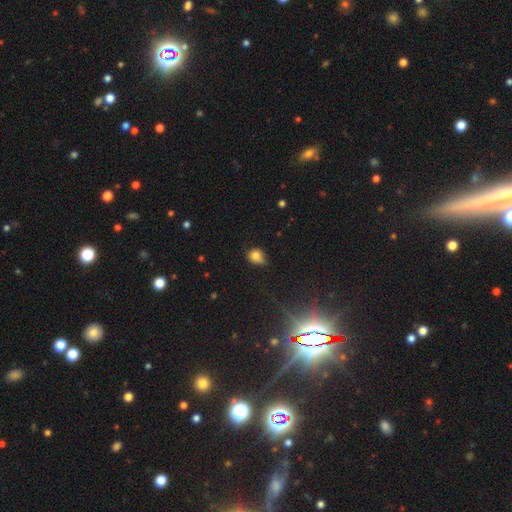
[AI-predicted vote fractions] smooth 75%, star or artifact 14%, featured or disk 11%. Down the decision tree: how rounded — round (58%); merging — none (45%).